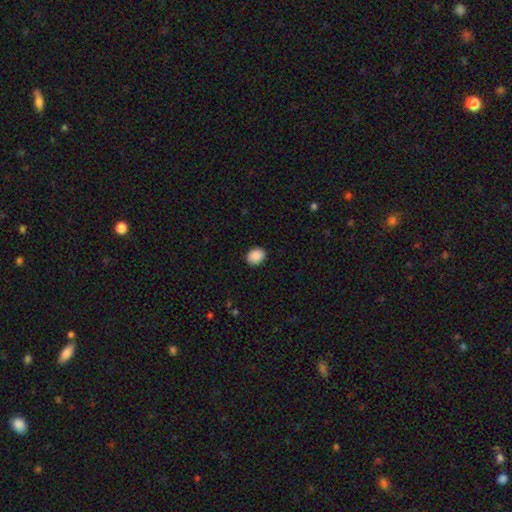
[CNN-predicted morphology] Smooth or featured? Predicted: smooth (p=0.90). How rounded? Predicted: round (p=0.50). Merging? Predicted: none (p=0.89).